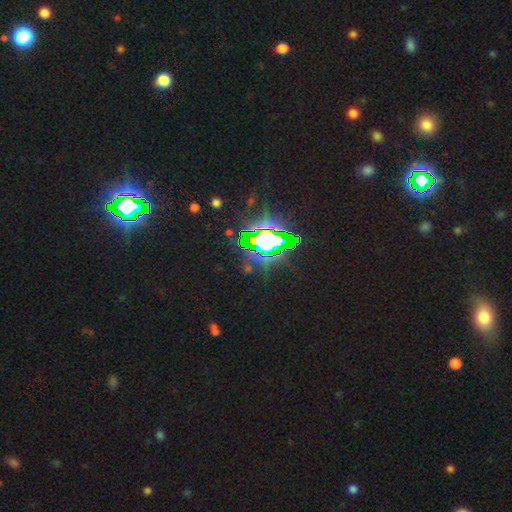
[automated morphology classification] Overall: star or artifact (84%).